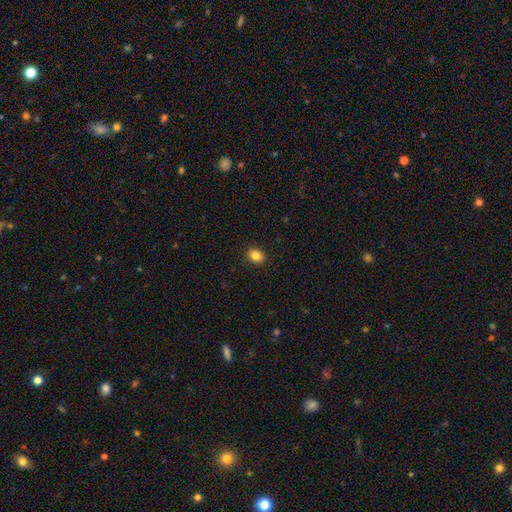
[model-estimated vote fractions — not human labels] Smooth or featured? Predicted: smooth (p=0.85). How rounded? Predicted: in between (p=0.59). Merging? Predicted: none (p=0.90).